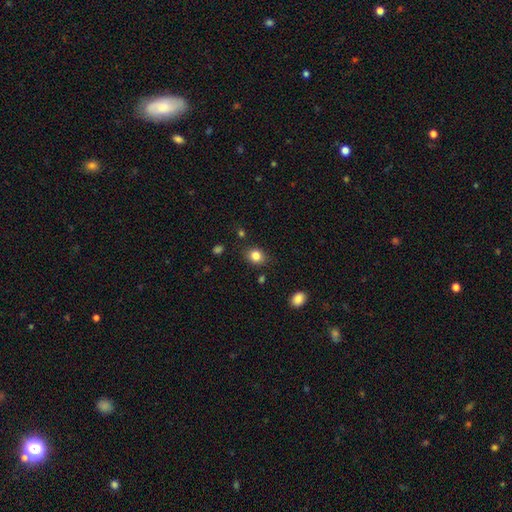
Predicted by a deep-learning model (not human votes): Q: Smooth or featured?
A: smooth (83%); runner-up: star or artifact (11%)
Q: How rounded?
A: round (56%); runner-up: in between (43%)
Q: Merging?
A: none (82%); runner-up: minor disturbance (13%)